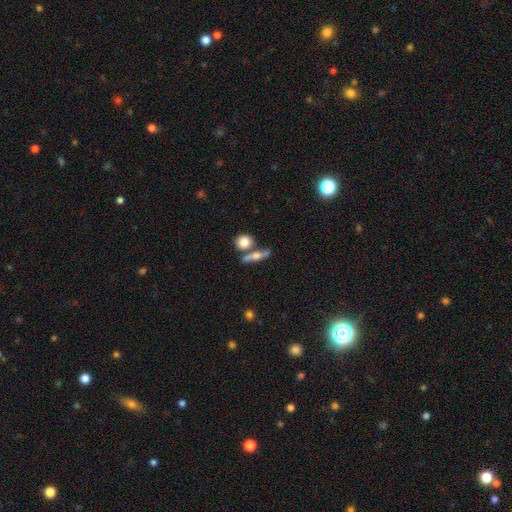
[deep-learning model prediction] featured or disk 46%, smooth 45%, star or artifact 9%. Down the decision tree: merging — none (62%).